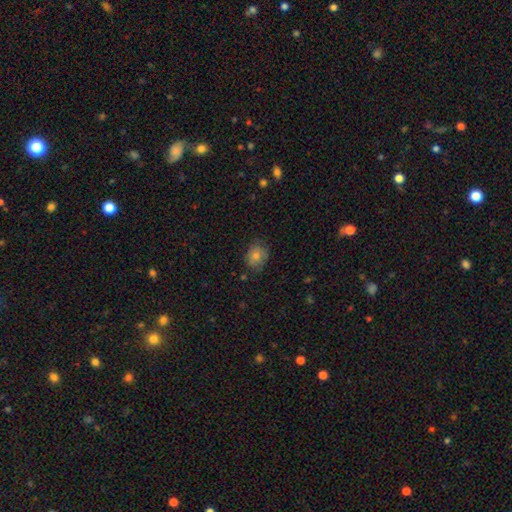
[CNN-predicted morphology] Smooth or featured? Predicted: smooth (p=0.68). How rounded? Predicted: round (p=0.60). Merging? Predicted: none (p=0.75).